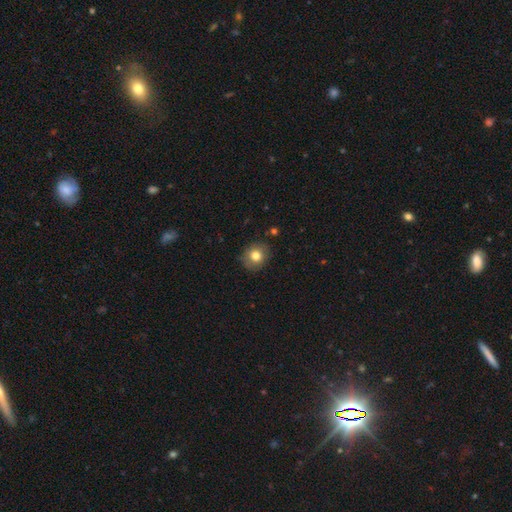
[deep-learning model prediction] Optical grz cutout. It shows a smooth galaxy with no disk features (79%) that is round (82%). Merging: none (85%).